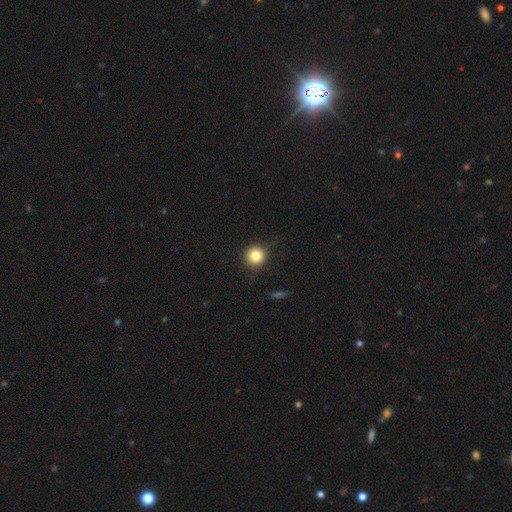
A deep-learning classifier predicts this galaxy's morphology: smooth_or_featured: smooth (p=0.83) [alt: star or artifact p=0.11]
how_rounded: round (p=0.95) [alt: in between p=0.04]
merging: none (p=0.88) [alt: minor disturbance p=0.09]